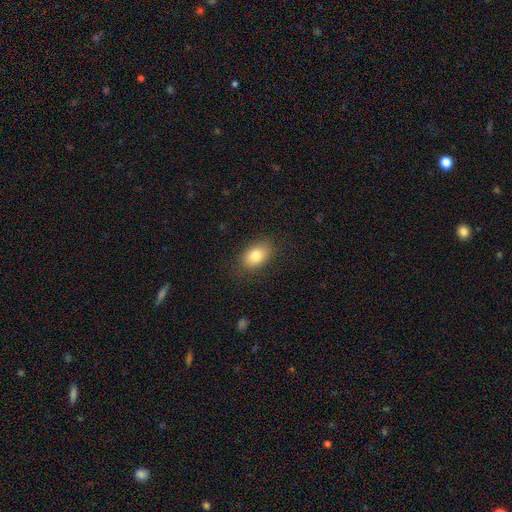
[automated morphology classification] A smooth galaxy with no disk features (81%) that is in between round and cigar-shaped (84%).

Vote fractions:
- Smooth or featured? smooth: 81% / featured or disk: 10% / star or artifact: 9%
- How rounded? in between: 84% / round: 15% / cigar-shaped: 1%
- Merging? none: 85% / minor disturbance: 11% / major disturbance: 3% / merger: 1%